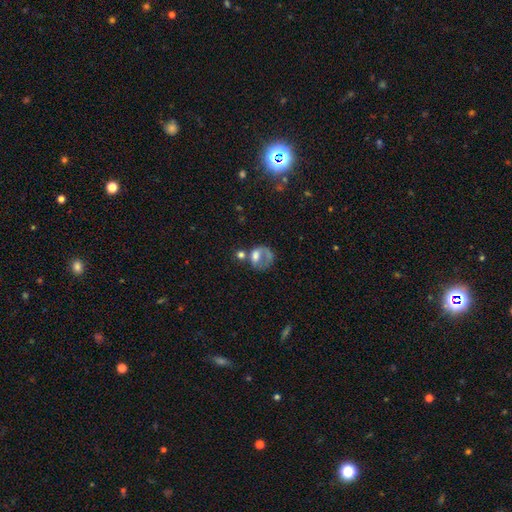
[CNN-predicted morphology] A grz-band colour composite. It shows a smooth galaxy with no disk features (51%) that is round (50%). Merging: major disturbance (37%).